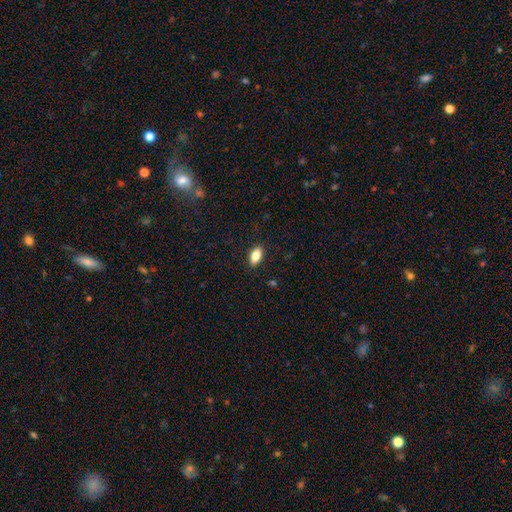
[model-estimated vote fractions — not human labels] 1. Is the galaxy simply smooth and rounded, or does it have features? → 83% smooth, 10% featured or disk, 8% star or artifact.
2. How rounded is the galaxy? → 89% in between, 5% cigar-shaped, 5% round.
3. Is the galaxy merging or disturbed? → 88% none, 9% minor disturbance, 2% major disturbance, 1% merger.